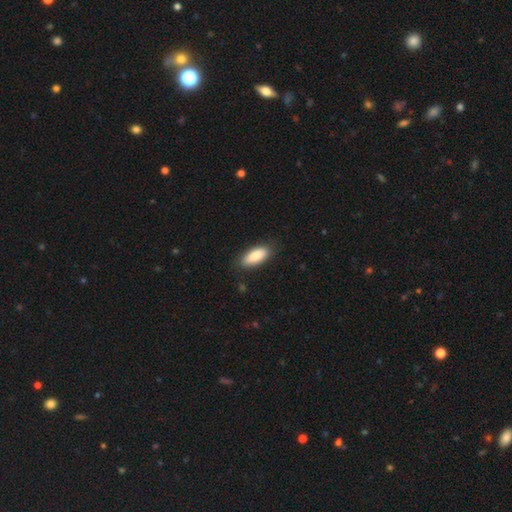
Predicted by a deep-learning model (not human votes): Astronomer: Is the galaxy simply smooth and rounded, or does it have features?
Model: smooth — 86%.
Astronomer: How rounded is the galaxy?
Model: in between — 80%.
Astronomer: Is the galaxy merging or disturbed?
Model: none — 83%.